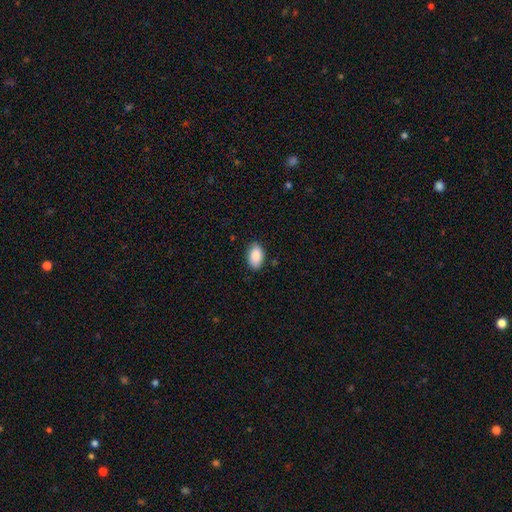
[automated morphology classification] The model was most divided on "merging": none: 86%, minor disturbance: 10%, major disturbance: 2%, merger: 1%. More confident: how rounded — in between (92%); smooth or featured — smooth (88%).